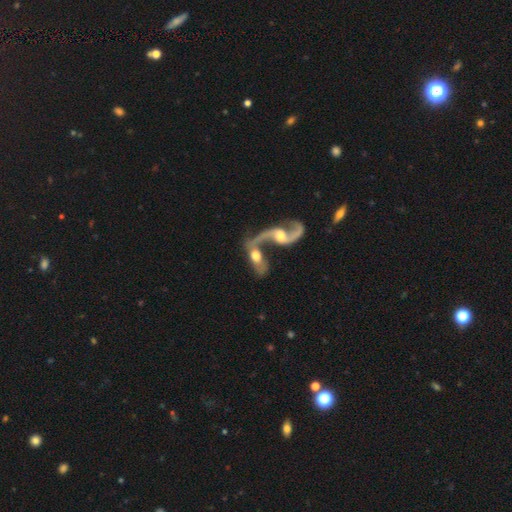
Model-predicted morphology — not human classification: smooth-or-featured: featured or disk: 66% | smooth: 27% | star or artifact: 7%
  disk-edge-on: no: 91% | yes: 9%
    bar: no: 56% | weak: 34% | strong: 10%
    has-spiral-arms: yes: 78% | no: 22%
    bulge-size: moderate: 54% | small: 20% | large: 18% | none: 5% | dominant: 2%
  merging: merger: 71% | none: 14% | major disturbance: 8% | minor disturbance: 7%